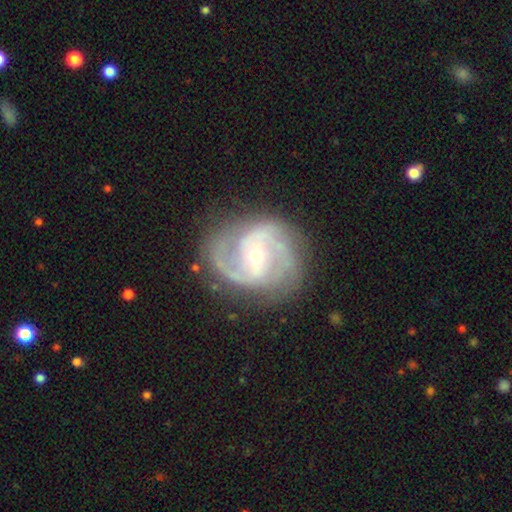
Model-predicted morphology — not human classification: Smooth or featured: featured or disk — 90% (star or artifact — 5%)
Edge-on disk: no — 97% (yes — 3%)
Bar: weak — 46% (no — 37%)
Spiral arms: yes — 98% (no — 2%)
Spiral winding: medium — 53% (tight — 33%)
Spiral arm count: 2 — 68% (3 — 16%)
Bulge size: moderate — 49% (small — 47%)
Merging: none — 78% (minor disturbance — 15%)